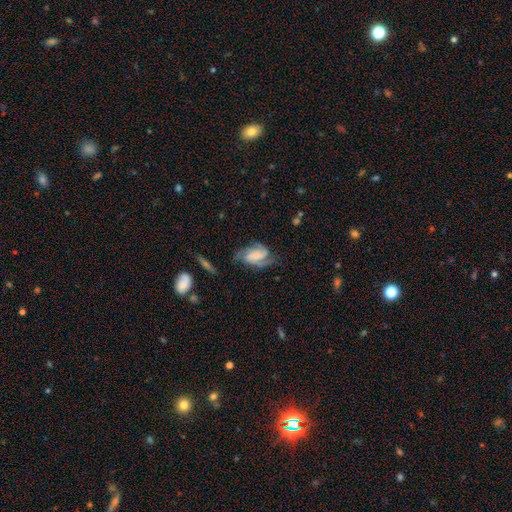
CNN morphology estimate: type=featured or disk (78%); edge-on=no (97%); bar=no (44%); spiral arms=yes (96%); winding=medium (49%); arm count=2 (59%); bulge=small (34%, tied with none); merging=none (61%).